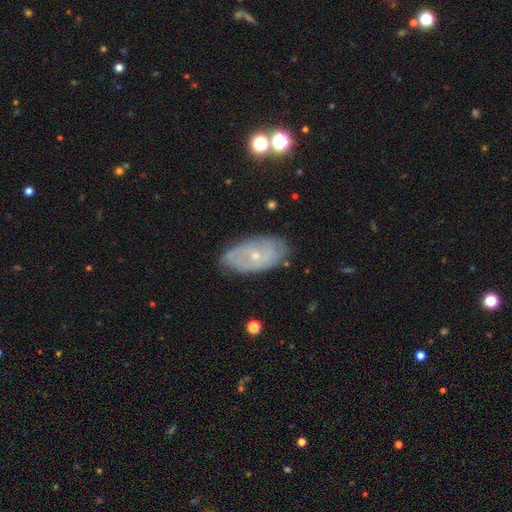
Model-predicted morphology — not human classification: Smooth or featured?
  - featured or disk: 60% *
  - smooth: 31%
  - star or artifact: 8%
Edge-on disk?
  - no: 92% *
  - yes: 8%
Bar?
  - no: 79% *
  - weak: 18%
  - strong: 4%
Spiral arms?
  - yes: 62% *
  - no: 38%
Bulge size?
  - small: 77% *
  - moderate: 20%
  - none: 2%
  - large: 1%
  - dominant: 1%
Merging?
  - none: 75% *
  - minor disturbance: 19%
  - major disturbance: 5%
  - merger: 2%